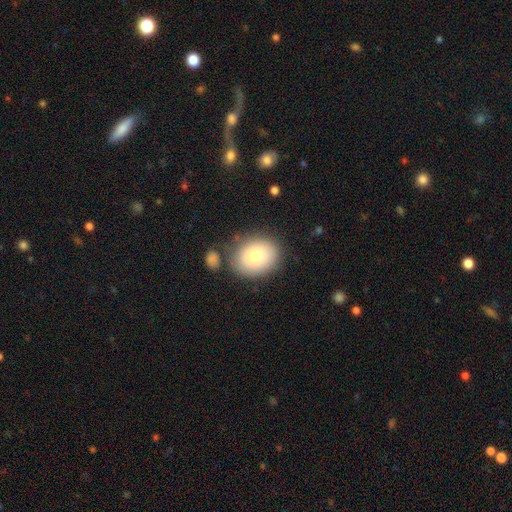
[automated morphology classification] Smooth or featured?
  - smooth: 76% *
  - featured or disk: 15%
  - star or artifact: 9%
How rounded?
  - round: 63% *
  - in between: 37%
  - cigar-shaped: 1%
Merging?
  - none: 77% *
  - minor disturbance: 13%
  - merger: 6%
  - major disturbance: 4%